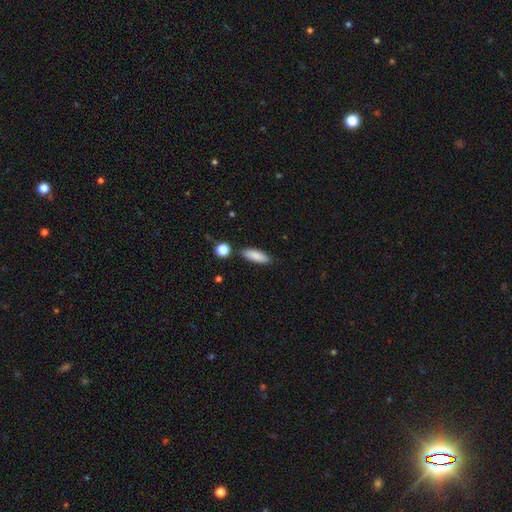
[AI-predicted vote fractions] smooth 86%, featured or disk 7%, star or artifact 7%. Down the decision tree: how rounded — in between (59%); merging — none (84%).